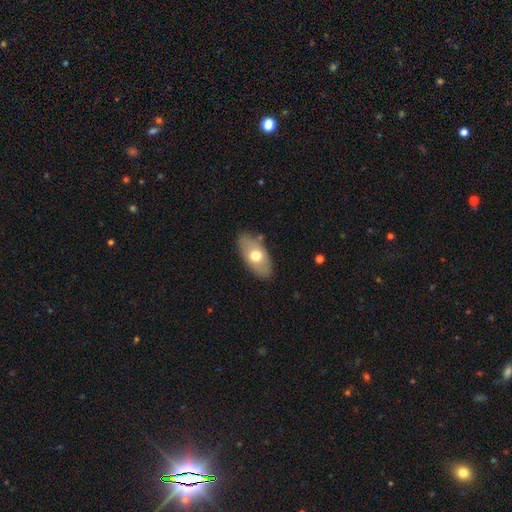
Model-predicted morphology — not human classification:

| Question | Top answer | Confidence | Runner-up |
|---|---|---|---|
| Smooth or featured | smooth | 62% | featured or disk (32%) |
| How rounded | in between | 91% | round (5%) |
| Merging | none | 82% | minor disturbance (13%) |